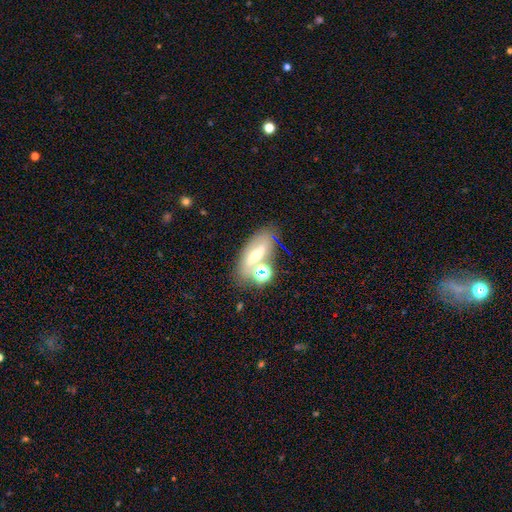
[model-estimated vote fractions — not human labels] Smooth or featured? featured or disk (45%)
Merging? none (60%)